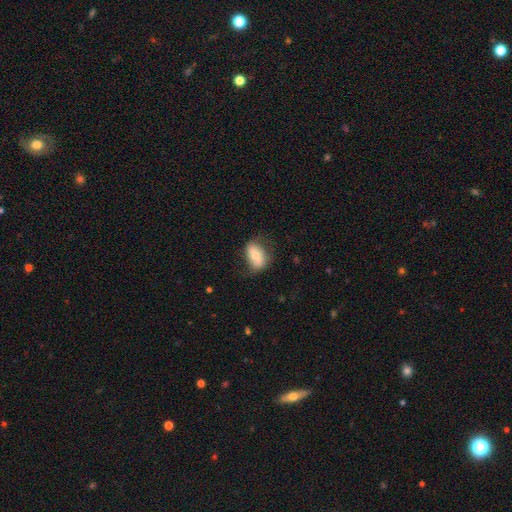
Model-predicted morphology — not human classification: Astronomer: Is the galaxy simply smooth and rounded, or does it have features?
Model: smooth — 67%.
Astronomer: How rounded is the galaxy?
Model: in between — 88%.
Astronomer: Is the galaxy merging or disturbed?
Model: none — 65%.